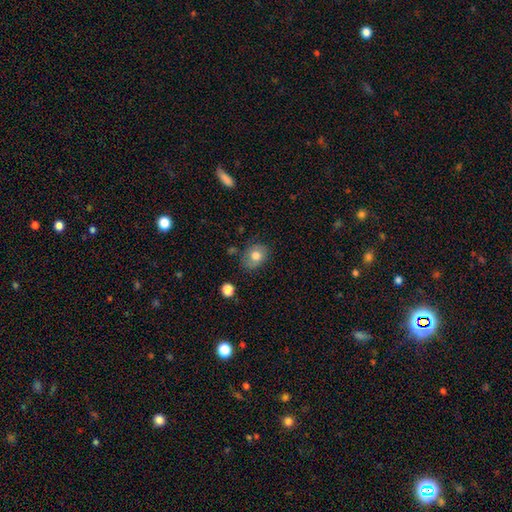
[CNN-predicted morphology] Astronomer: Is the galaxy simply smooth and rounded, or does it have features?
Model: smooth — 76%.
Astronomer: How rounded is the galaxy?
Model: in between — 57% (runner-up: round, 42%).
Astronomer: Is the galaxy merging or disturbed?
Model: none — 72%.